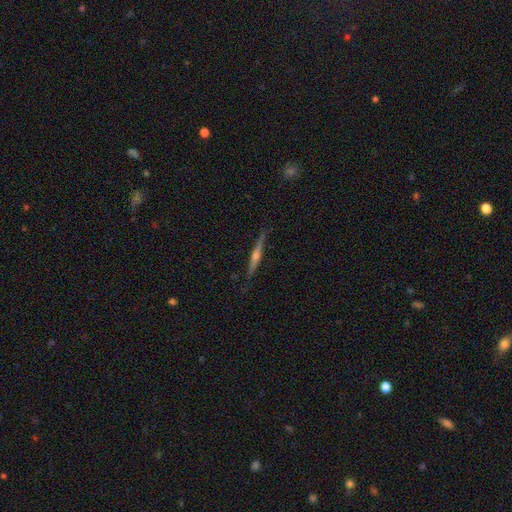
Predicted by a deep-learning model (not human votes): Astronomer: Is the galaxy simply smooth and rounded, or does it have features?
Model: featured or disk — 81%.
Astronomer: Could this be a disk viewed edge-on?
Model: yes — 98%.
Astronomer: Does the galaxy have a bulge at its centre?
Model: rounded — 86%.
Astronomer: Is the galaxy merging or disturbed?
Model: none — 88%.